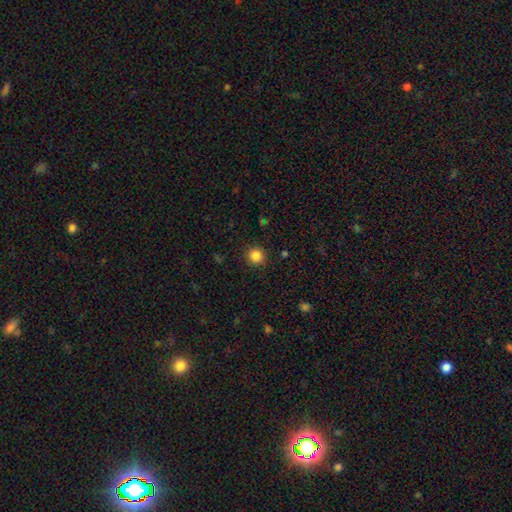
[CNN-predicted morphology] The model was most divided on "smooth or featured": smooth: 85%, star or artifact: 12%, featured or disk: 4%. More confident: how rounded — round (94%); merging — none (90%).